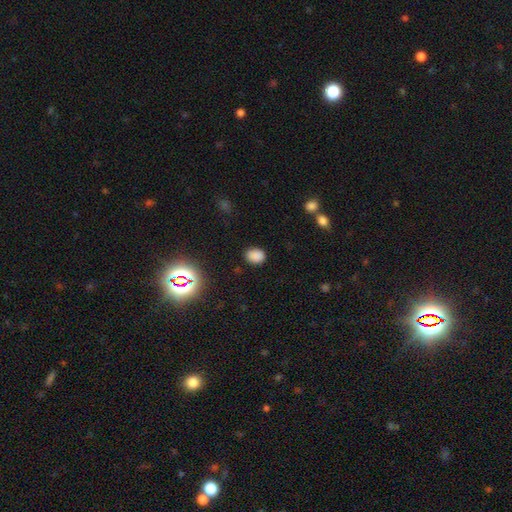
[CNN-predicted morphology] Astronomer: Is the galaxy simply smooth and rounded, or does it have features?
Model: smooth — 82%.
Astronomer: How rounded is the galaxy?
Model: in between — 65%.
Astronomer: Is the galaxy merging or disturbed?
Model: none — 85%.